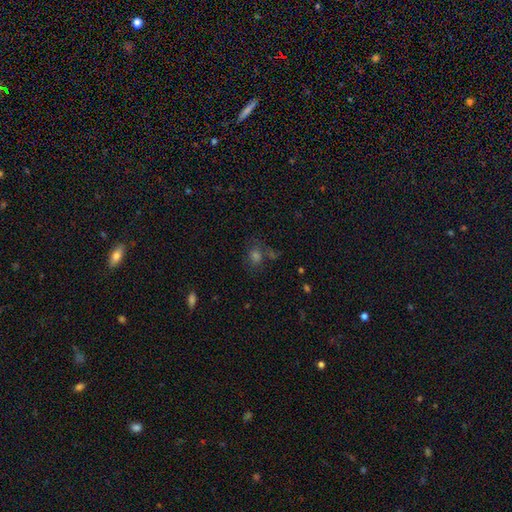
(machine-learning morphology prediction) Overall: smooth (52%; star or artifact 32%). How rounded: round (63%; in between 35%). Merging: none (62%).